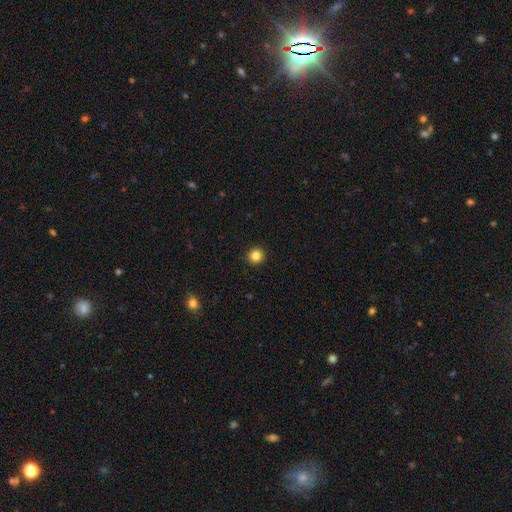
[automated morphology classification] A smooth galaxy with no disk features (84%) that is round (95%).

Vote fractions:
- Smooth or featured? smooth: 84% / star or artifact: 11% / featured or disk: 4%
- How rounded? round: 95% / in between: 4% / cigar-shaped: 1%
- Merging? none: 94% / minor disturbance: 4% / major disturbance: 1% / merger: 1%